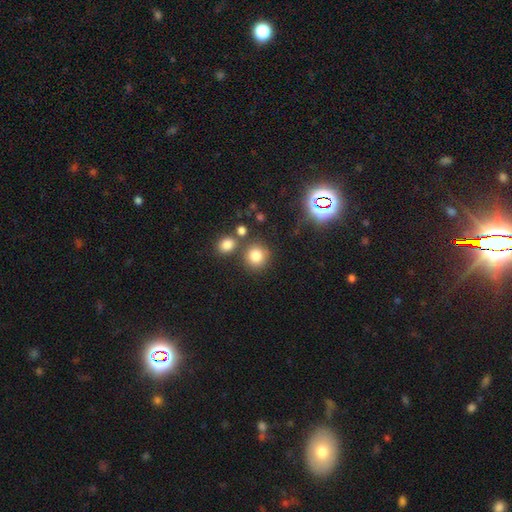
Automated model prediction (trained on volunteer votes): smooth-or-featured: smooth: 80% | star or artifact: 13% | featured or disk: 7%
  how-rounded: round: 87% | in between: 12% | cigar-shaped: 1%
  merging: none: 73% | merger: 13% | minor disturbance: 10% | major disturbance: 4%